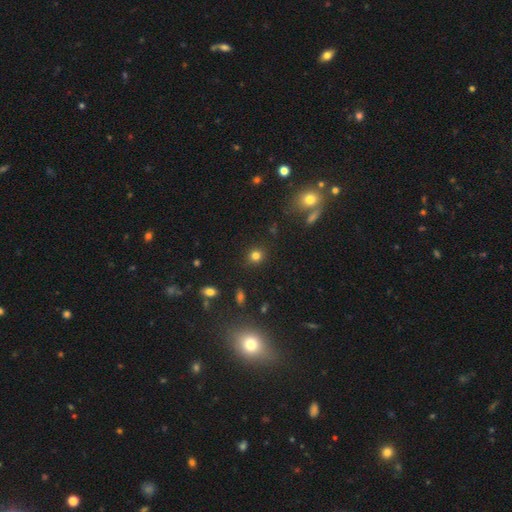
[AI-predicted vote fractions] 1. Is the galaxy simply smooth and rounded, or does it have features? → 79% smooth, 14% star or artifact, 6% featured or disk.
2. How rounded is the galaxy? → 86% round, 12% in between, 1% cigar-shaped.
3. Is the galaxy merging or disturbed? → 88% none, 7% minor disturbance, 3% major disturbance, 2% merger.